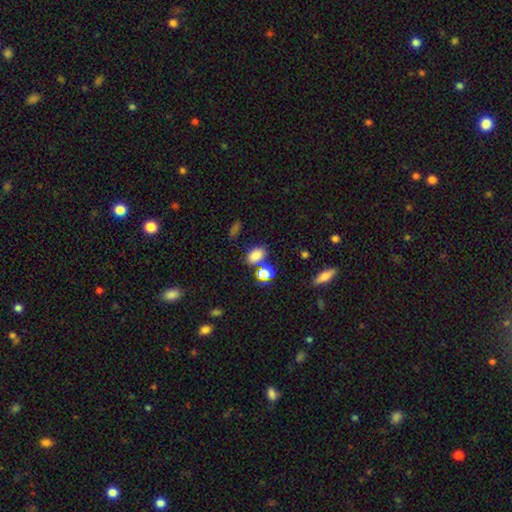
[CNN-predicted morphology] This appears to be a smooth galaxy with no disk features (79%) that is in between round and cigar-shaped (79%). Merging: none (68%).